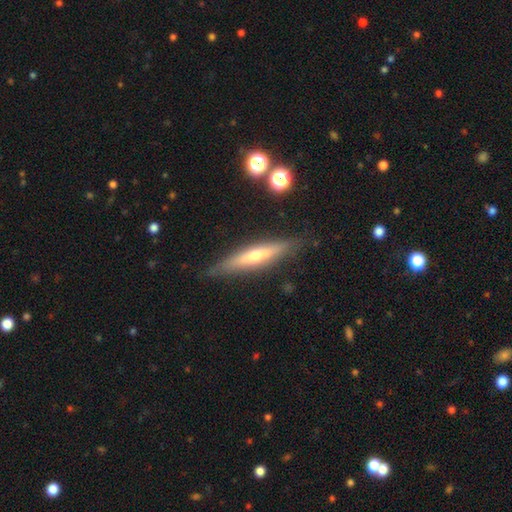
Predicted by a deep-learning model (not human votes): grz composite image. It shows a featured or disk galaxy (61%) viewed edge-on (91%) with a rounded central bulge (74%). Merging: none (86%).